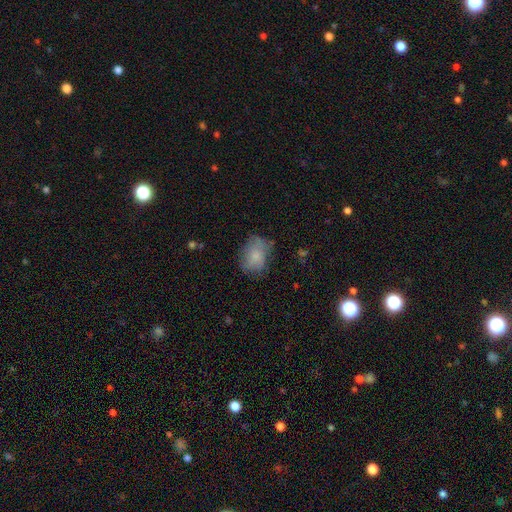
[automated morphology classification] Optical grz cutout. It shows a smooth galaxy with no disk features (73%) that is in between round and cigar-shaped (61%). Merging: none (58%).